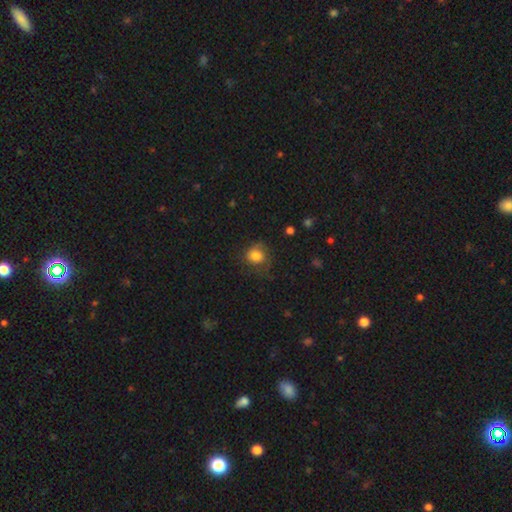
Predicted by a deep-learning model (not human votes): Smooth or featured? Predicted: smooth (p=0.80). How rounded? Predicted: round (p=0.74). Merging? Predicted: none (p=0.63).